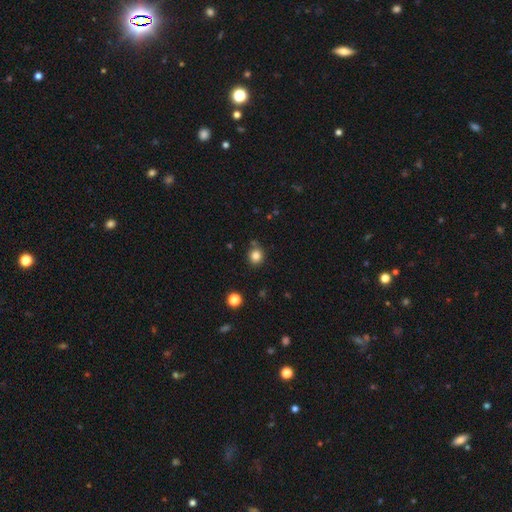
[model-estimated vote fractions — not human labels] Overall: smooth (83%). How rounded: round (82%). Merging: none (81%).